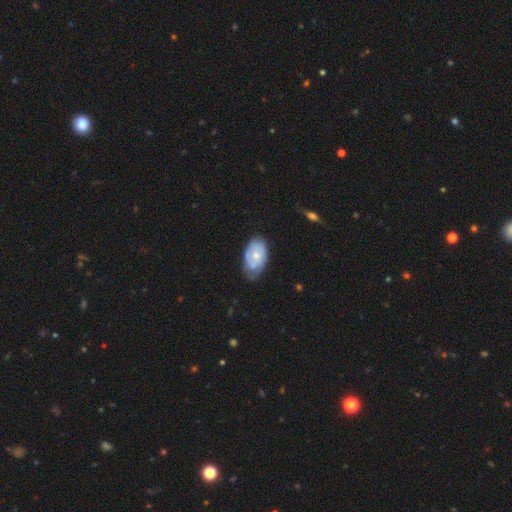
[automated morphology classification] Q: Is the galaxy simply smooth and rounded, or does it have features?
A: featured or disk — 50%.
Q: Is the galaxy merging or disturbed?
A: none — 51%.